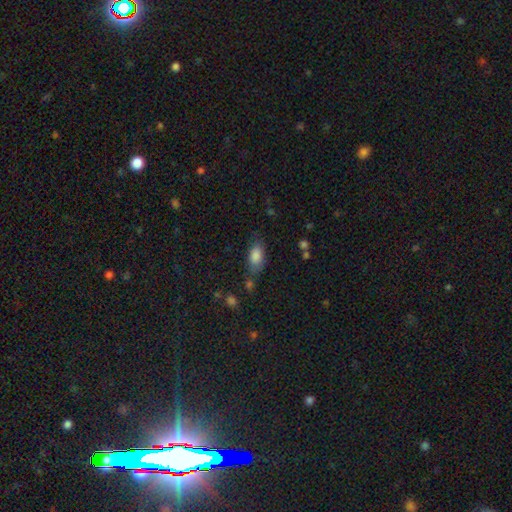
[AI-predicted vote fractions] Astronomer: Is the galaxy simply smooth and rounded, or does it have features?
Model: smooth — 84%.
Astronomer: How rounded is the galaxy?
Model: in between — 89%.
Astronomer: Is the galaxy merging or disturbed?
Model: none — 64%.